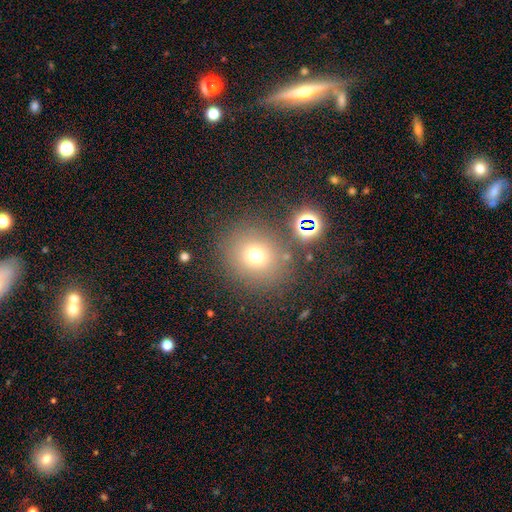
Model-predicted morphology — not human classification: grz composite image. It shows a smooth galaxy with no disk features (69%) that is round (85%). Merging: none (78%).